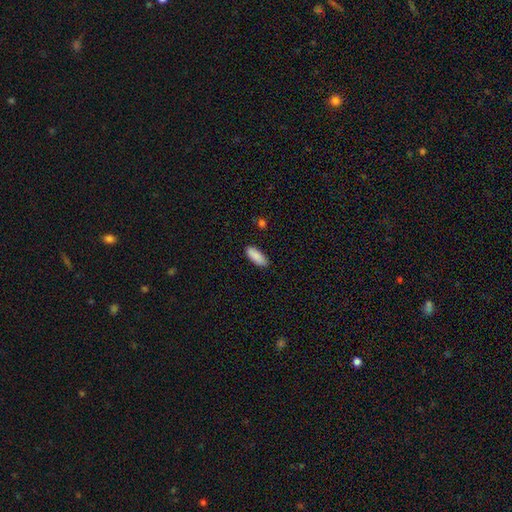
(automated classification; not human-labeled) smooth 89%, star or artifact 6%, featured or disk 4%. Down the decision tree: how rounded — in between (73%); merging — none (86%).